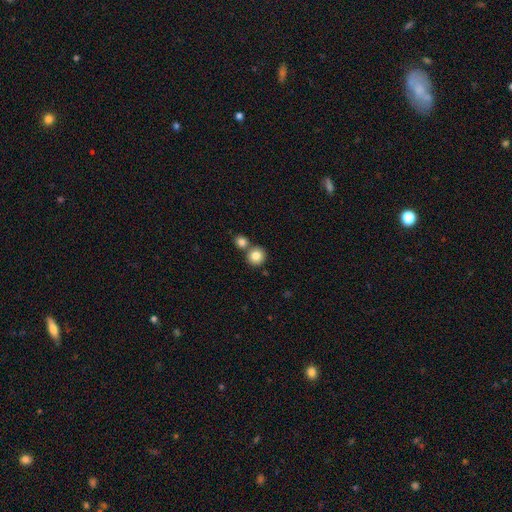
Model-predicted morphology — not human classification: This is clearly a smooth galaxy (83%). How rounded: clearly round (90%). Merging: likely none (64%).